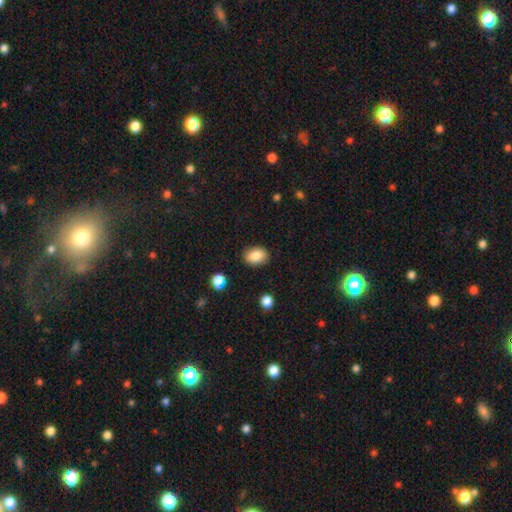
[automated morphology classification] smooth-or-featured: smooth: 85% | star or artifact: 8% | featured or disk: 6%
  how-rounded: in between: 76% | round: 23% | cigar-shaped: 1%
  merging: none: 87% | minor disturbance: 9% | major disturbance: 2% | merger: 1%